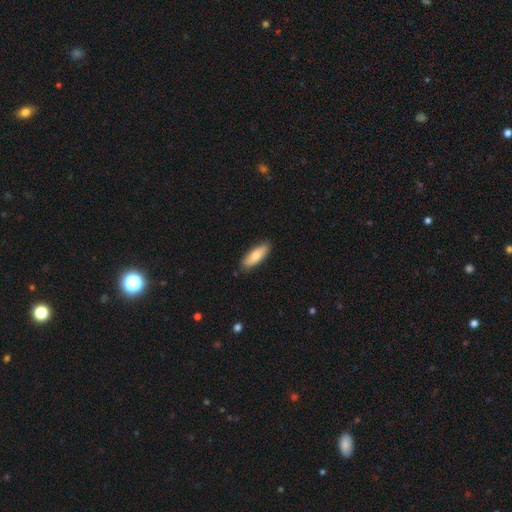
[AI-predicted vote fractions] Smooth or featured? Predicted: smooth (p=0.78). How rounded? Predicted: in between (p=0.61). Merging? Predicted: none (p=0.87).